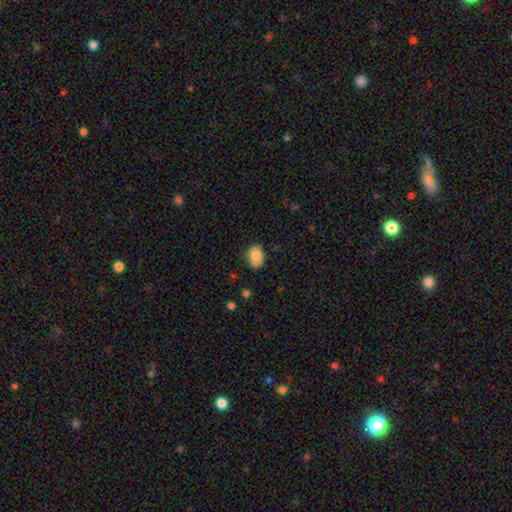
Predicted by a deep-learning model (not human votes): Morphology: type=smooth (85%); roundness=in between (80%); merging=none (71%).